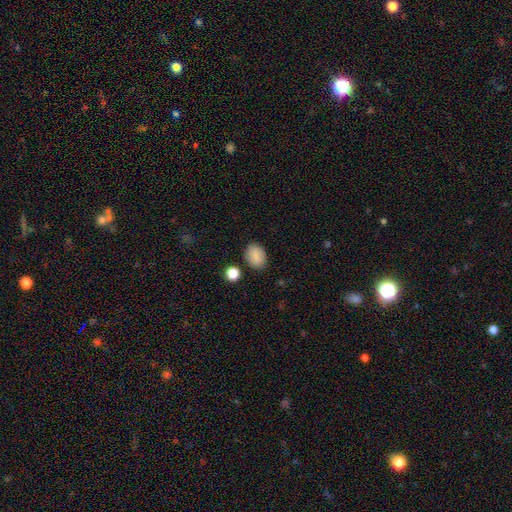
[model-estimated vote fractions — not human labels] smooth 85%, star or artifact 8%, featured or disk 6%. Down the decision tree: how rounded — in between (68%); merging — none (83%).